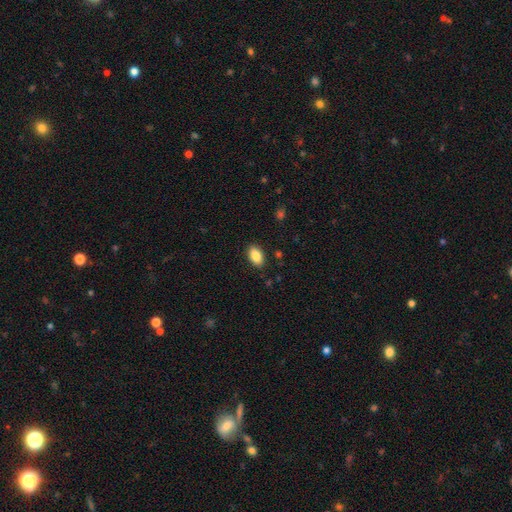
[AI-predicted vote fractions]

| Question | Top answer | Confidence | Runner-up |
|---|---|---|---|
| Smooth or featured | smooth | 87% | star or artifact (7%) |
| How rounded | in between | 92% | round (6%) |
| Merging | none | 88% | minor disturbance (9%) |